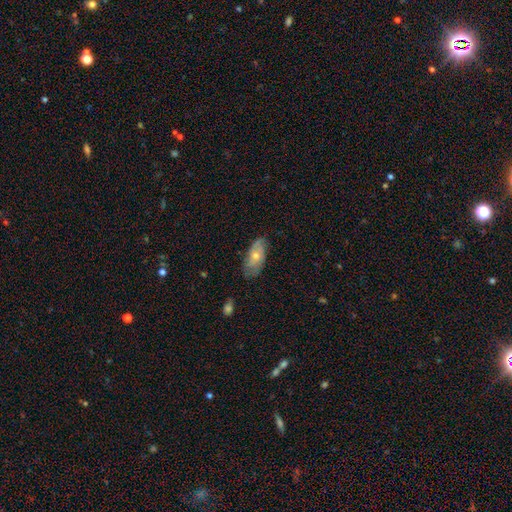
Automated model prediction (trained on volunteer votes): Morphology: type=featured or disk (52%); edge-on=no (85%); merging=none (72%).